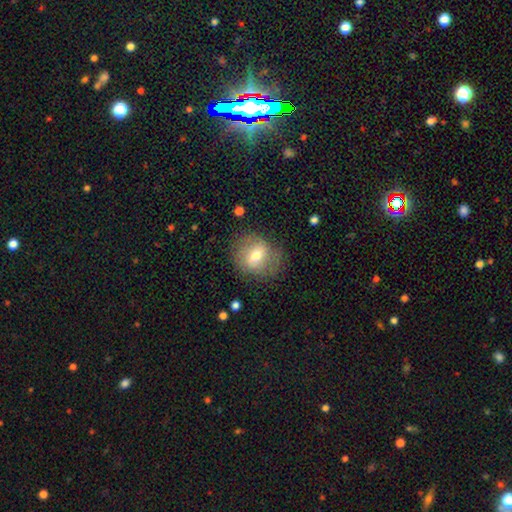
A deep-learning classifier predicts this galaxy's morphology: Smooth or featured?
  - smooth: 57% *
  - featured or disk: 35%
  - star or artifact: 9%
How rounded?
  - round: 68% *
  - in between: 30%
  - cigar-shaped: 1%
Merging?
  - none: 71% *
  - minor disturbance: 19%
  - major disturbance: 9%
  - merger: 1%